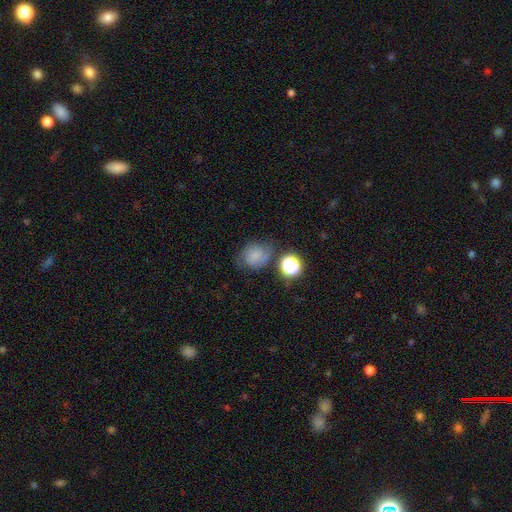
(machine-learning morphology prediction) Smooth or featured? Predicted: smooth (p=0.60). How rounded? Predicted: round (p=0.63). Merging? Predicted: none (p=0.59).